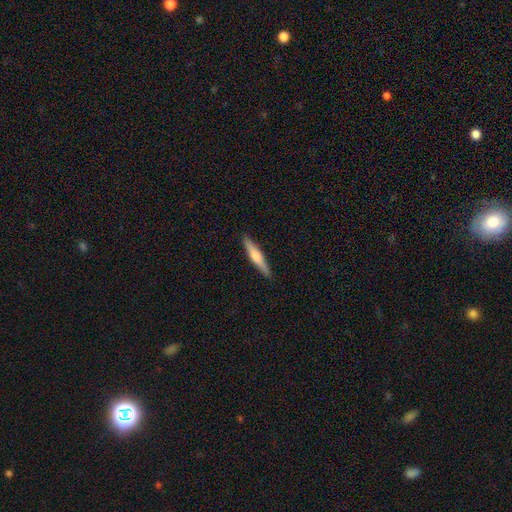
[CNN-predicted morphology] type=smooth (48%); merging=none (91%).